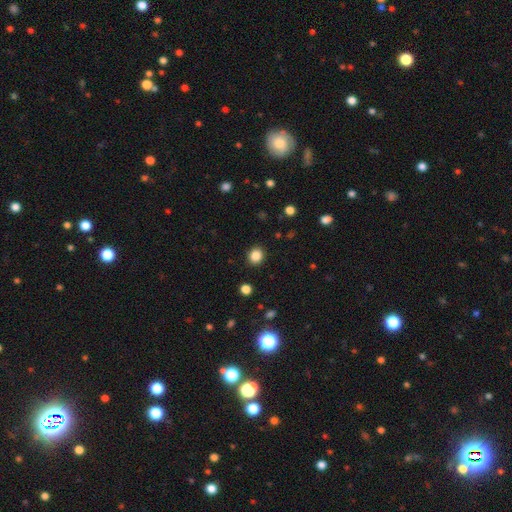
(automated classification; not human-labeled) This is clearly a smooth galaxy (85%). How rounded: clearly round (81%). Merging: clearly none (91%).